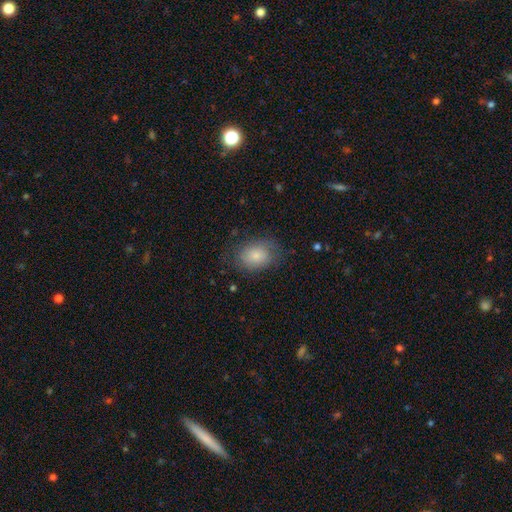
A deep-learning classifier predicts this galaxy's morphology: Smooth or featured? smooth (80%)
How rounded? in between (66%)
Merging? none (71%)